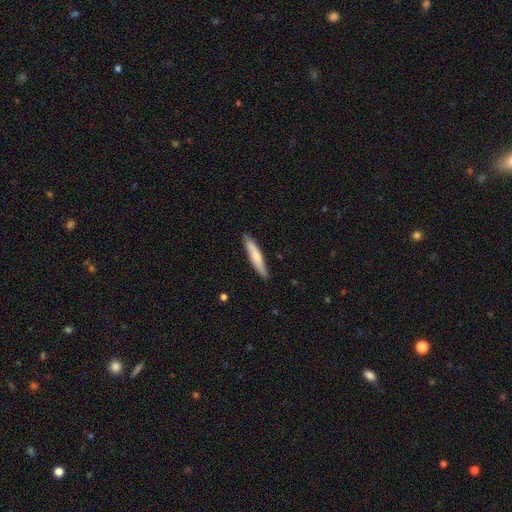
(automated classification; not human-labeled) Smooth or featured? smooth (68%)
How rounded? cigar-shaped (90%)
Merging? none (87%)